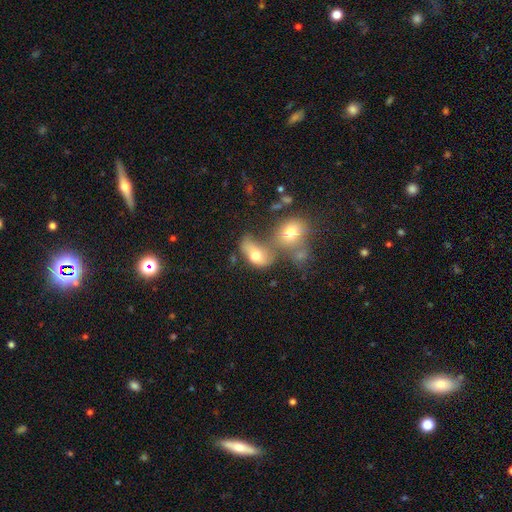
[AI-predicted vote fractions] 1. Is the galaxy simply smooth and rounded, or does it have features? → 68% smooth, 21% featured or disk, 11% star or artifact.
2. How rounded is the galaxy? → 78% in between, 20% round, 3% cigar-shaped.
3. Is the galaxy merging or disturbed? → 55% merger, 22% none, 12% major disturbance, 12% minor disturbance.